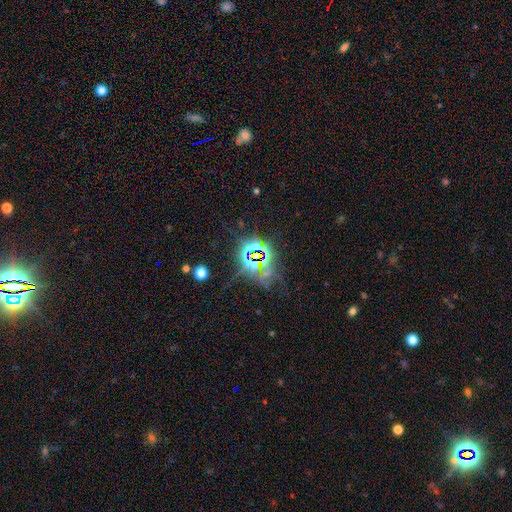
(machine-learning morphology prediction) Q: Smooth or featured?
A: star or artifact (79%); runner-up: featured or disk (11%)